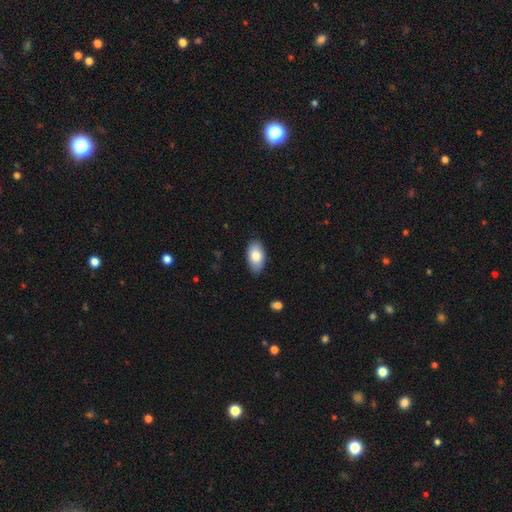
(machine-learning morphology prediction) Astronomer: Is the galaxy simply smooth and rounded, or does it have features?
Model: smooth — 81%.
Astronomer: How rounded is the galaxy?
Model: in between — 94%.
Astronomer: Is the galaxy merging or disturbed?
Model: none — 85%.